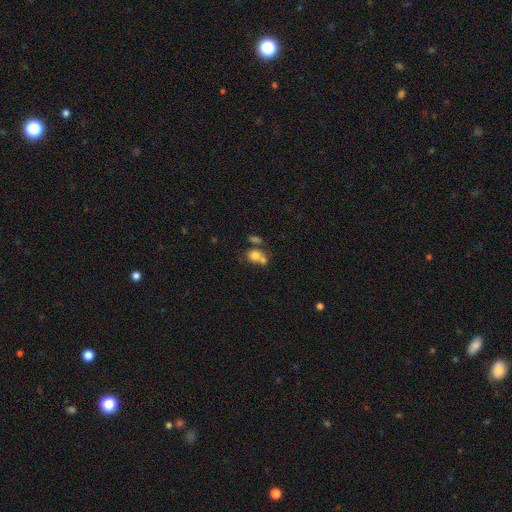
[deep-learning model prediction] The model was most divided on "merging": merger: 46%, none: 37%, minor disturbance: 11%, major disturbance: 6%. More confident: smooth or featured — smooth (75%); how rounded — round (58%).